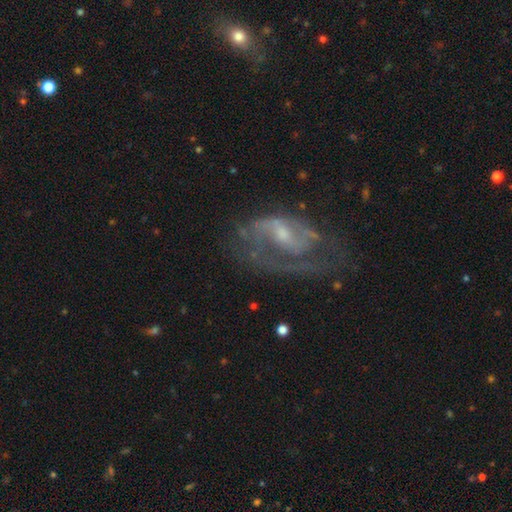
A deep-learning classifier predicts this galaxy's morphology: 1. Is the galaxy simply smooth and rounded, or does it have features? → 78% featured or disk, 11% smooth, 11% star or artifact.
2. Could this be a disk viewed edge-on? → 96% no, 4% yes.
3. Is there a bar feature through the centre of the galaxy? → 46% weak, 43% no, 11% strong.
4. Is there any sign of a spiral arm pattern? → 85% yes, 15% no.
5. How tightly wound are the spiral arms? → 46% medium, 30% loose, 23% tight.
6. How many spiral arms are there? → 50% 2, 23% 1, 19% can't tell, 4% 3, 2% 4, 2% more than 4.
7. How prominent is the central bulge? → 58% small, 29% moderate, 10% none, 2% large, 1% dominant.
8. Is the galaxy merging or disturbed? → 51% none, 26% major disturbance, 20% minor disturbance, 3% merger.